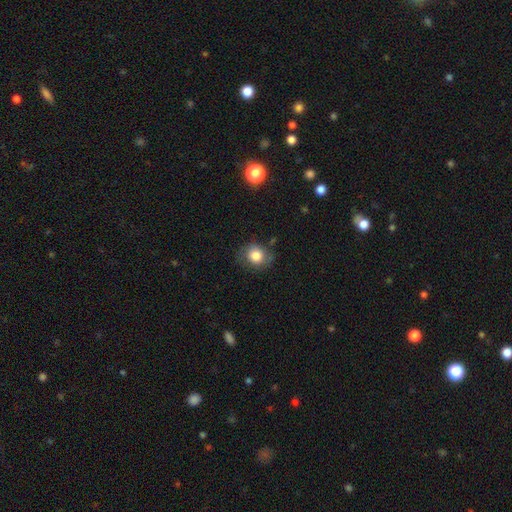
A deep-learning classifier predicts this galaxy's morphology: type=smooth (79%); roundness=round (70%); merging=none (71%).